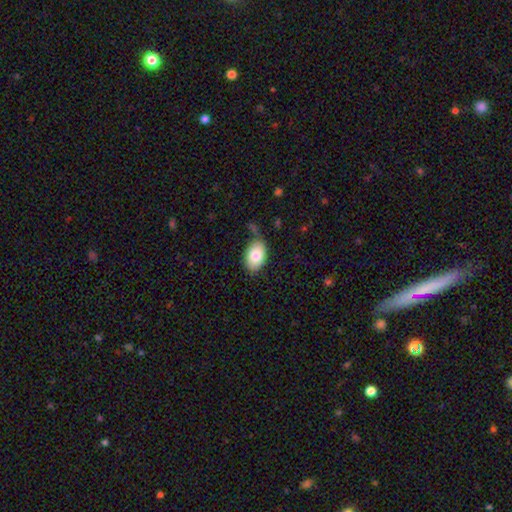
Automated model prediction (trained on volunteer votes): Smooth or featured?
  - smooth: 82% *
  - featured or disk: 11%
  - star or artifact: 7%
How rounded?
  - in between: 88% *
  - round: 11%
  - cigar-shaped: 1%
Merging?
  - none: 69% *
  - minor disturbance: 20%
  - major disturbance: 6%
  - merger: 5%